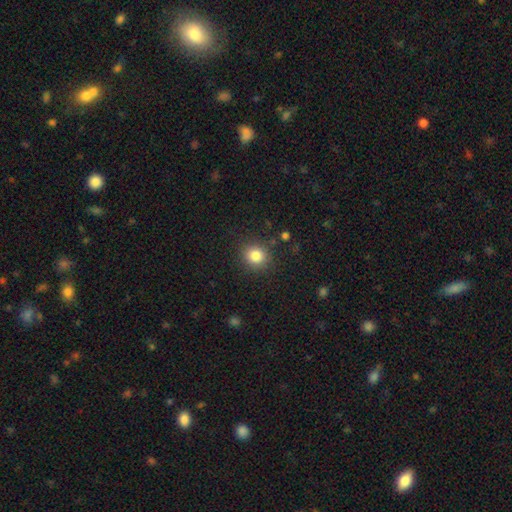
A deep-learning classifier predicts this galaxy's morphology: This appears to be a smooth galaxy with no disk features (83%) that is round (88%). Merging: none (88%).